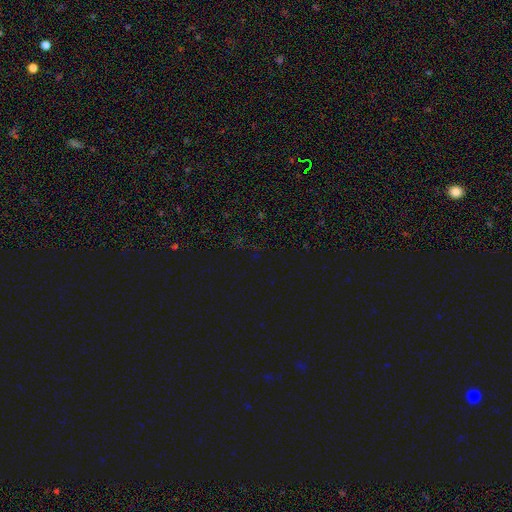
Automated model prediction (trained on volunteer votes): Q: Smooth or featured?
A: star or artifact (76%); runner-up: smooth (18%)